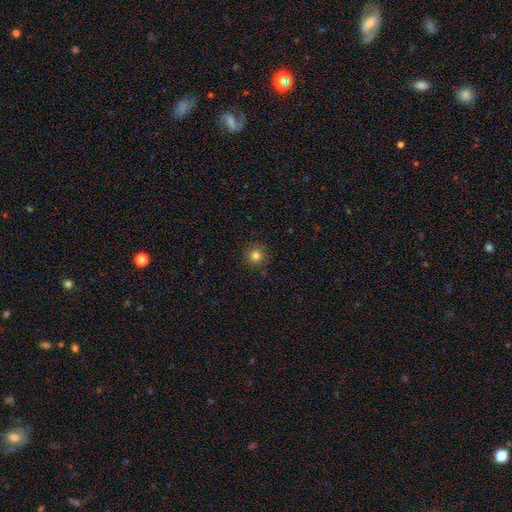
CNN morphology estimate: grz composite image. It shows a smooth galaxy with no disk features (81%) that is round (95%). Merging: none (89%).